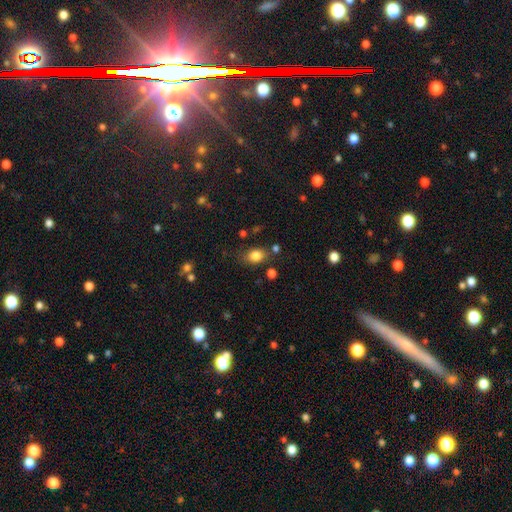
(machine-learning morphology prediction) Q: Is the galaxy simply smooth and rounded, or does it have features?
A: smooth — 82%.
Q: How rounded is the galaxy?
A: in between — 69%.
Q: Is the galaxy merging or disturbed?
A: none — 73%.